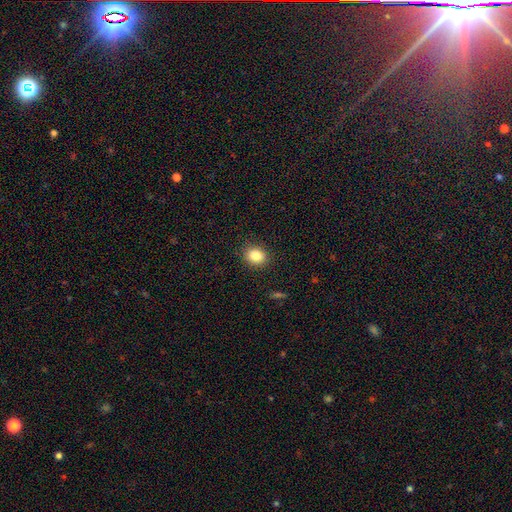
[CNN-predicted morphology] Smooth or featured: smooth — 84% (star or artifact — 10%)
How rounded: round — 55% (in between — 44%)
Merging: none — 89% (minor disturbance — 8%)